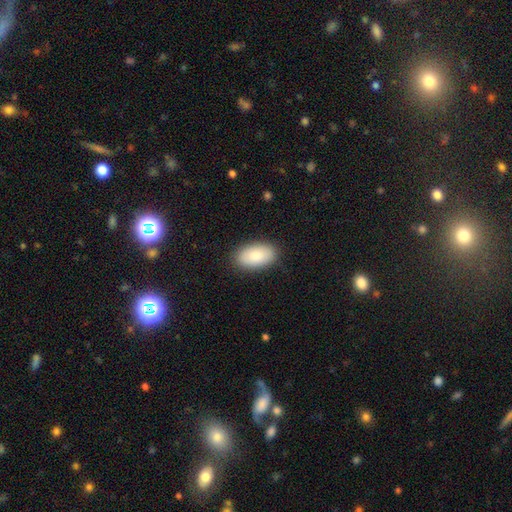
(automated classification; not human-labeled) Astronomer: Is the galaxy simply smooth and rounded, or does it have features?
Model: smooth — 84%.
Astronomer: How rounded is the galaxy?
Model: in between — 94%.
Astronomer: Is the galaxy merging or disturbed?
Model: none — 87%.